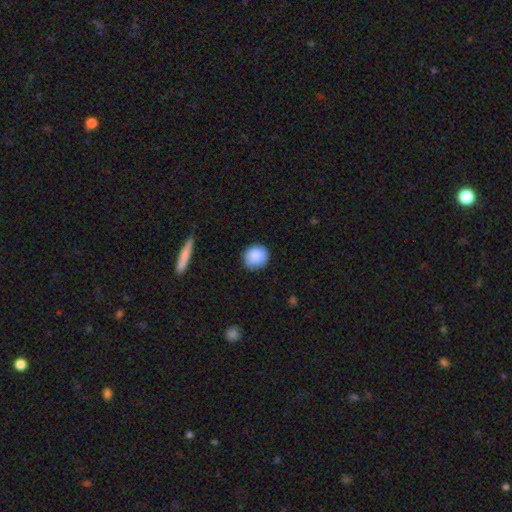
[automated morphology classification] Q: Smooth or featured?
A: smooth (88%); runner-up: star or artifact (7%)
Q: How rounded?
A: round (88%); runner-up: in between (11%)
Q: Merging?
A: none (86%); runner-up: minor disturbance (11%)